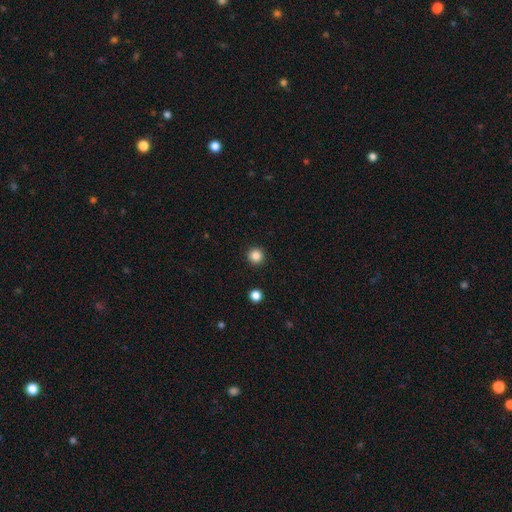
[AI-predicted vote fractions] A smooth galaxy with no disk features (86%) that is round (96%).

Vote fractions:
- Smooth or featured? smooth: 86% / star or artifact: 11% / featured or disk: 3%
- How rounded? round: 96% / in between: 3% / cigar-shaped: 1%
- Merging? none: 93% / minor disturbance: 4% / major disturbance: 2% / merger: 1%